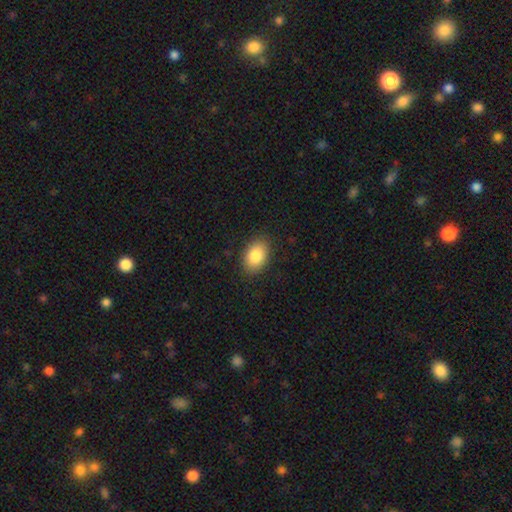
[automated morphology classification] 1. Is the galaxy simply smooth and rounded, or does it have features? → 85% smooth, 8% featured or disk, 7% star or artifact.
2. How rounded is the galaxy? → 85% in between, 14% round, 1% cigar-shaped.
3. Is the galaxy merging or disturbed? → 87% none, 10% minor disturbance, 3% major disturbance, 1% merger.